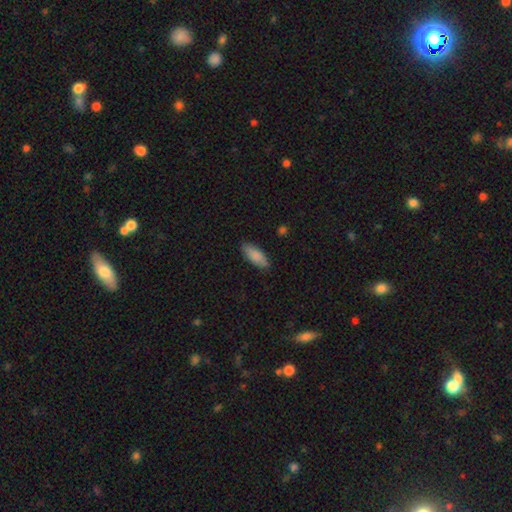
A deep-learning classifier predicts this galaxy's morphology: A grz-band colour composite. It shows a smooth galaxy with no disk features (86%) that is in between round and cigar-shaped (76%). Merging: none (84%).